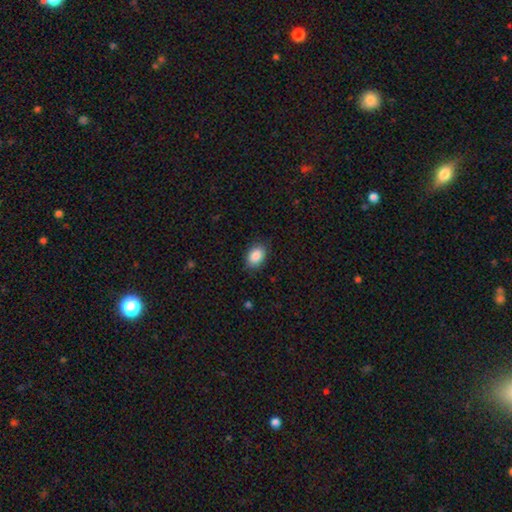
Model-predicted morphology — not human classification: Overall: smooth (89%). How rounded: in between (85%). Merging: none (86%).